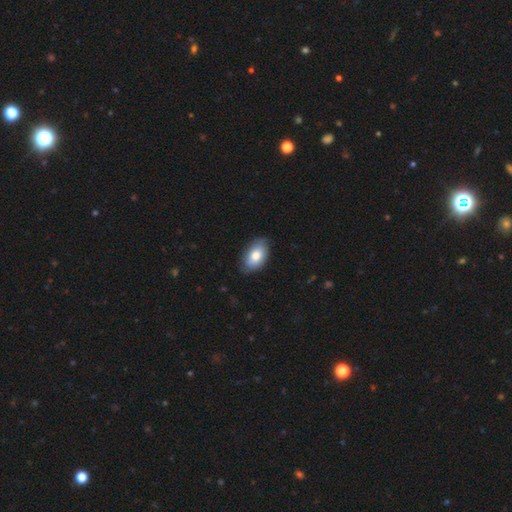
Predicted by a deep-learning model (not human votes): smooth 81%, featured or disk 13%, star or artifact 6%. Down the decision tree: how rounded — in between (93%); merging — none (81%).